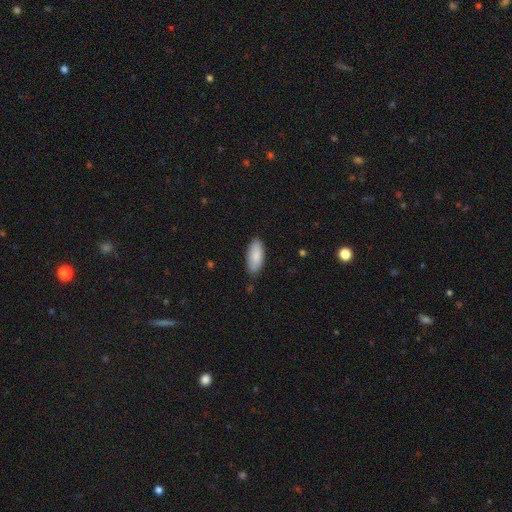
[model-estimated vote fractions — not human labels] Morphology: type=smooth (84%); roundness=in between (87%); merging=none (82%).